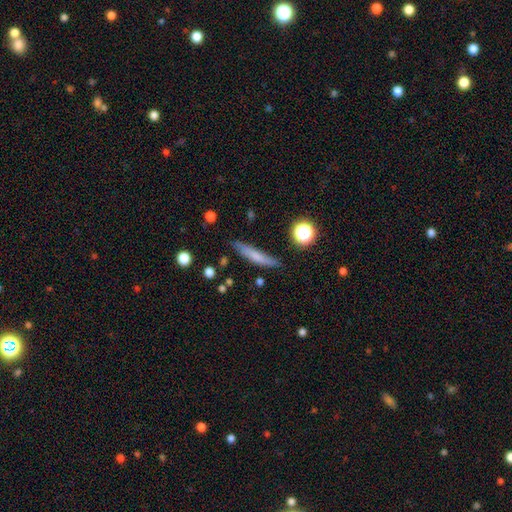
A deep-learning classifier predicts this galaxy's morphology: smooth 66%, featured or disk 25%, star or artifact 9%. Down the decision tree: how rounded — cigar-shaped (87%); merging — none (78%).